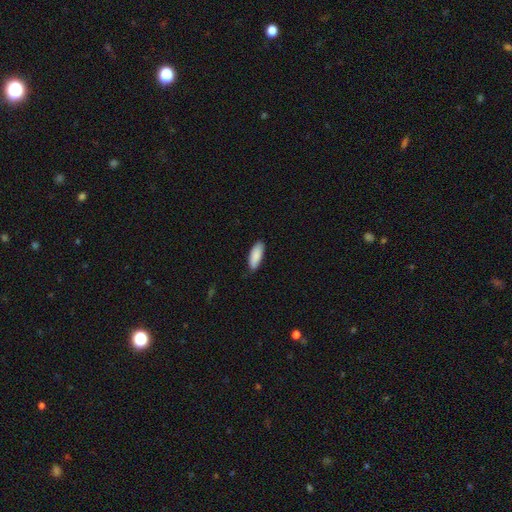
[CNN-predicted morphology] Smooth or featured?
  - smooth: 89% *
  - star or artifact: 6%
  - featured or disk: 5%
How rounded?
  - in between: 70% *
  - cigar-shaped: 29%
  - round: 1%
Merging?
  - none: 82% *
  - minor disturbance: 15%
  - major disturbance: 2%
  - merger: 1%